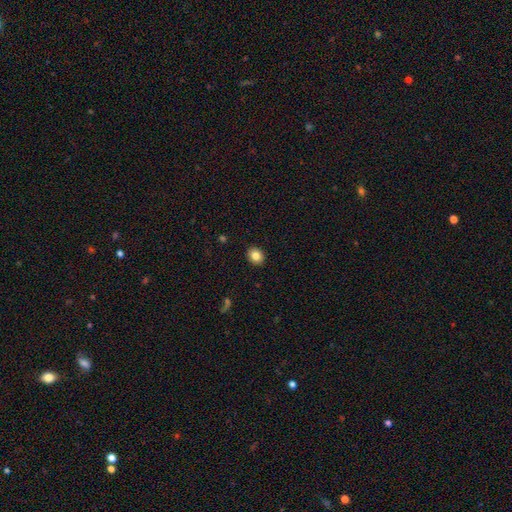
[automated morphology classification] smooth_or_featured: smooth (p=0.83) [alt: star or artifact p=0.10]
how_rounded: round (p=0.62) [alt: in between p=0.37]
merging: none (p=0.91) [alt: minor disturbance p=0.06]